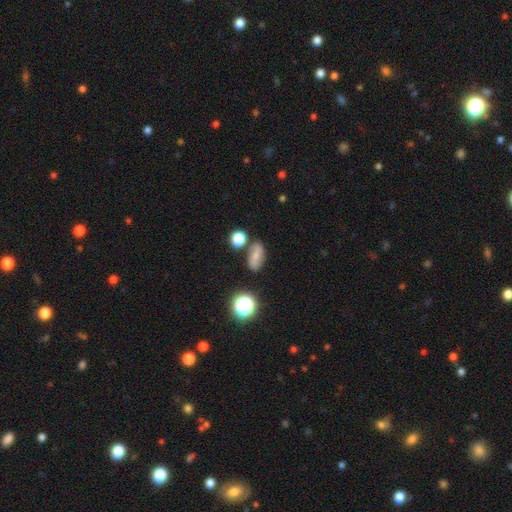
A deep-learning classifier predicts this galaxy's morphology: The model was most divided on "smooth or featured": smooth: 57%, featured or disk: 29%, star or artifact: 15%. More confident: merging — none (75%); how rounded — in between (74%).